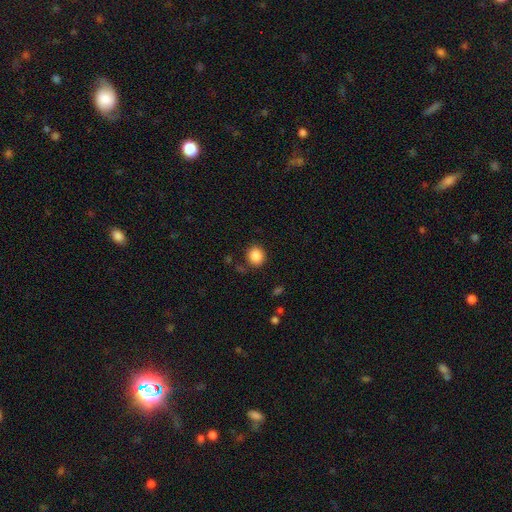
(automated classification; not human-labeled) A smooth galaxy with no disk features (87%) that is round (81%).

Vote fractions:
- Smooth or featured? smooth: 87% / star or artifact: 9% / featured or disk: 4%
- How rounded? round: 81% / in between: 18% / cigar-shaped: 1%
- Merging? none: 84% / minor disturbance: 9% / major disturbance: 3% / merger: 3%